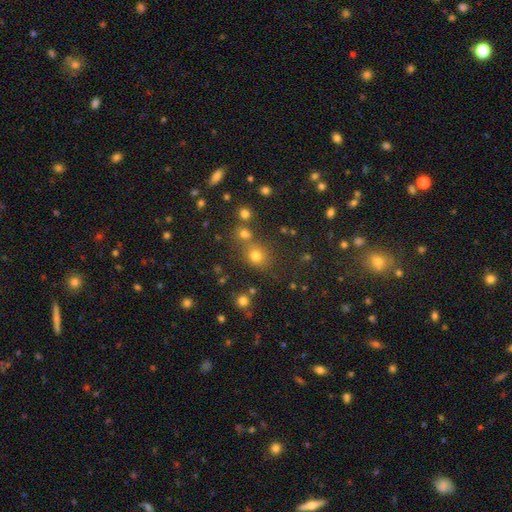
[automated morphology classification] Smooth or featured?
  - smooth: 71% *
  - star or artifact: 22%
  - featured or disk: 8%
How rounded?
  - round: 78% *
  - in between: 21%
  - cigar-shaped: 1%
Merging?
  - none: 69% *
  - merger: 18%
  - minor disturbance: 10%
  - major disturbance: 4%